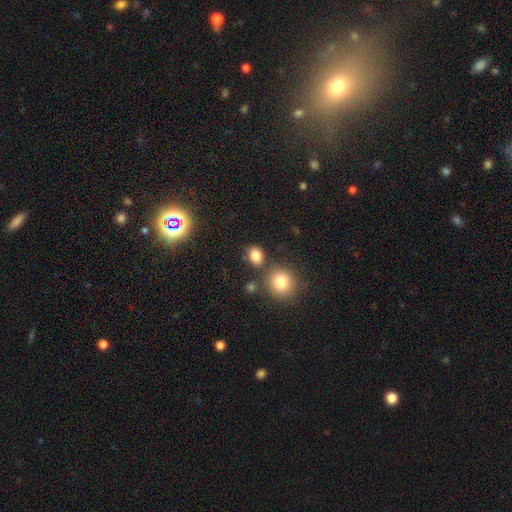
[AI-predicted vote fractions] smooth_or_featured: smooth (p=0.83) [alt: star or artifact p=0.12]
how_rounded: round (p=0.53) [alt: in between p=0.46]
merging: none (p=0.73) [alt: minor disturbance p=0.12]